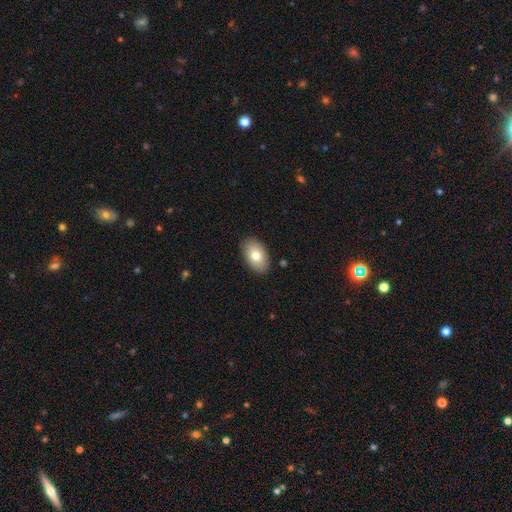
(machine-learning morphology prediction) smooth-or-featured: smooth: 77% | featured or disk: 16% | star or artifact: 7%
  how-rounded: in between: 92% | round: 6% | cigar-shaped: 1%
  merging: none: 87% | minor disturbance: 9% | major disturbance: 2% | merger: 1%